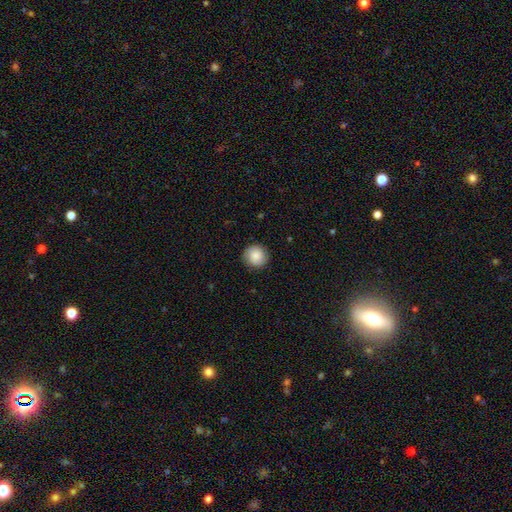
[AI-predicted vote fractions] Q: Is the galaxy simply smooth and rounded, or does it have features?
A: smooth — 79%.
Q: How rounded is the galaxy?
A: round — 93%.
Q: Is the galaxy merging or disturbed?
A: none — 88%.